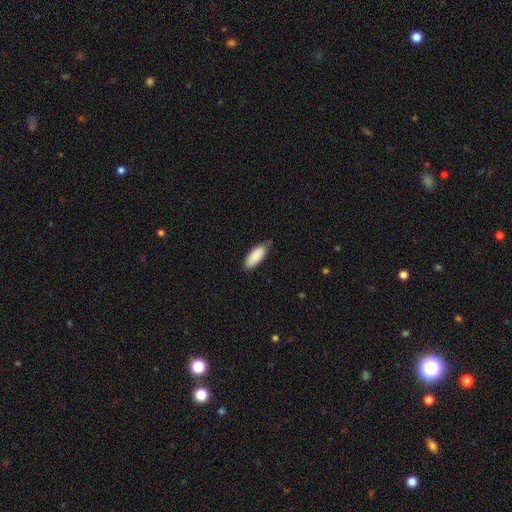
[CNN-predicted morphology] The model was most divided on "merging": none: 73%, minor disturbance: 23%, major disturbance: 3%, merger: 2%. More confident: smooth or featured — smooth (89%); how rounded — in between (82%).